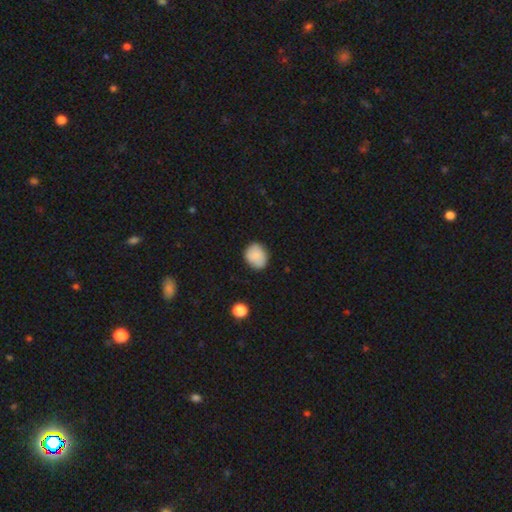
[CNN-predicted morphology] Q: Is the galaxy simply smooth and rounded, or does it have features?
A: smooth — 86%.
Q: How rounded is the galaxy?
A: round — 56%.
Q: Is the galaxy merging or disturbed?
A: none — 80%.